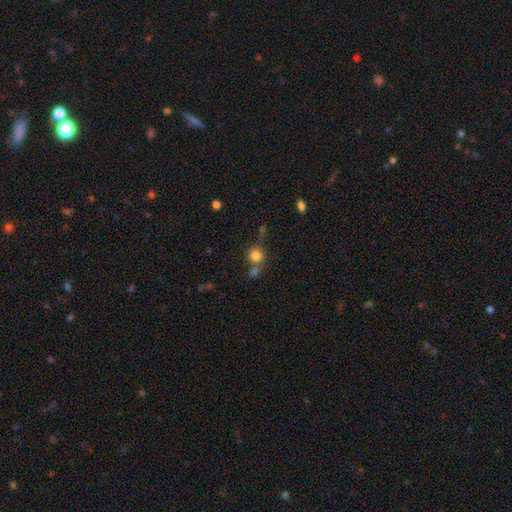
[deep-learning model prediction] A smooth galaxy with no disk features (80%) that is round (91%). Merging: none (61%).